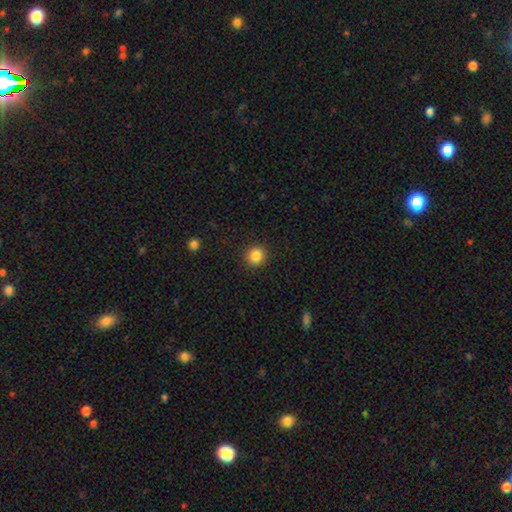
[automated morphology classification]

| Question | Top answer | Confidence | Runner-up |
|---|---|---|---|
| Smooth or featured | smooth | 85% | star or artifact (10%) |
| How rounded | round | 91% | in between (8%) |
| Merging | none | 91% | minor disturbance (6%) |